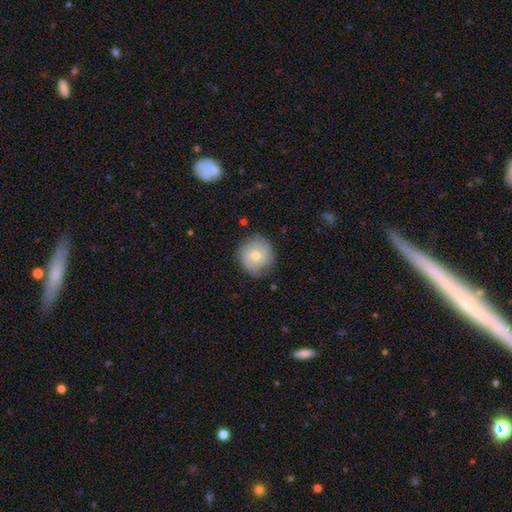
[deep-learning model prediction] Smooth or featured?
  - featured or disk: 47% *
  - smooth: 45%
  - star or artifact: 8%
Merging?
  - none: 77% *
  - minor disturbance: 17%
  - major disturbance: 4%
  - merger: 1%